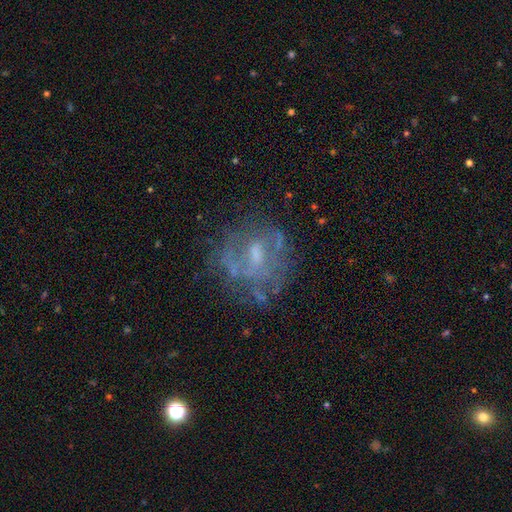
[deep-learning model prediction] Smooth or featured? featured or disk (68%)
Edge-on disk? no (97%)
Bar? no (56%)
Spiral arms? no (63%)
Bulge size? moderate (38%)
Merging? none (55%)